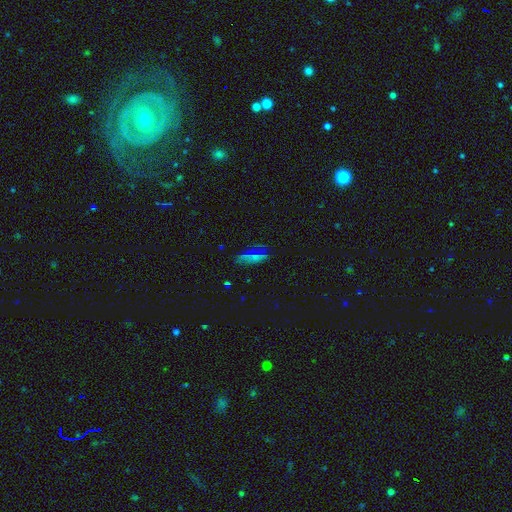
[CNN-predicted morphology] The model was most divided on "smooth or featured": smooth: 45%, featured or disk: 35%, star or artifact: 20%. More confident: merging — none (57%).